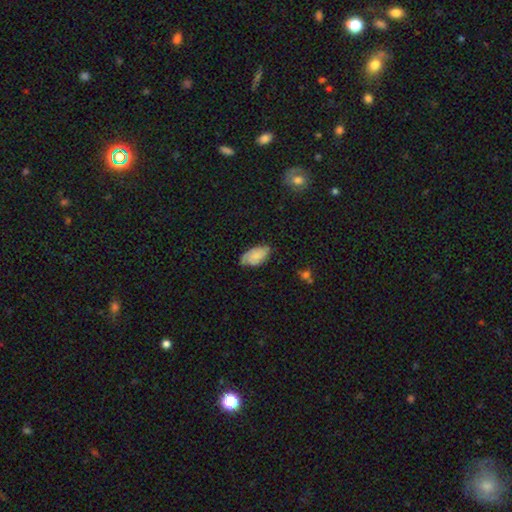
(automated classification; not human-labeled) The model was most divided on "merging": none: 60%, minor disturbance: 32%, major disturbance: 6%, merger: 2%. More confident: how rounded — in between (94%); smooth or featured — smooth (68%).